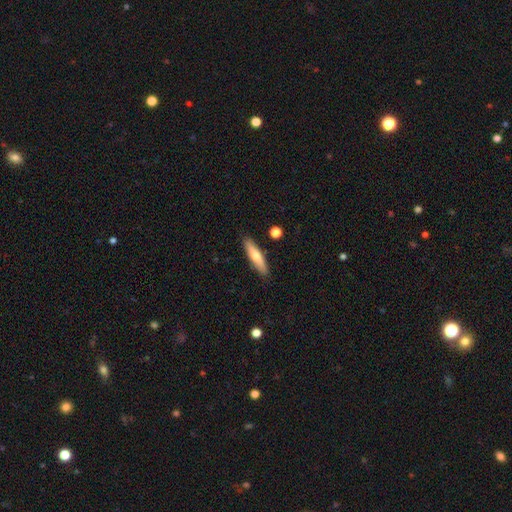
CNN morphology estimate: Smooth or featured? Predicted: smooth (p=0.66). How rounded? Predicted: cigar-shaped (p=0.77). Merging? Predicted: none (p=0.86).